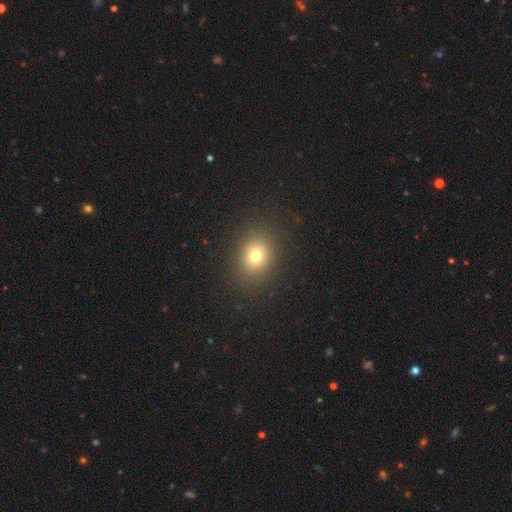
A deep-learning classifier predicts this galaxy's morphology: A smooth galaxy with no disk features (74%) that is round (57%). Merging: none (86%).